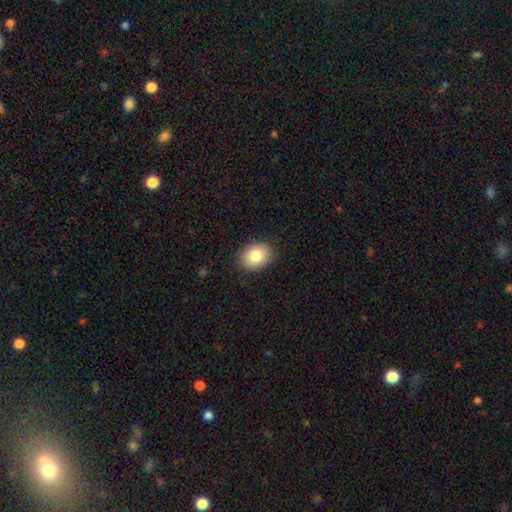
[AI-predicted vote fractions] This appears to be a smooth galaxy with no disk features (83%) that is in between round and cigar-shaped (61%). Merging: none (88%).